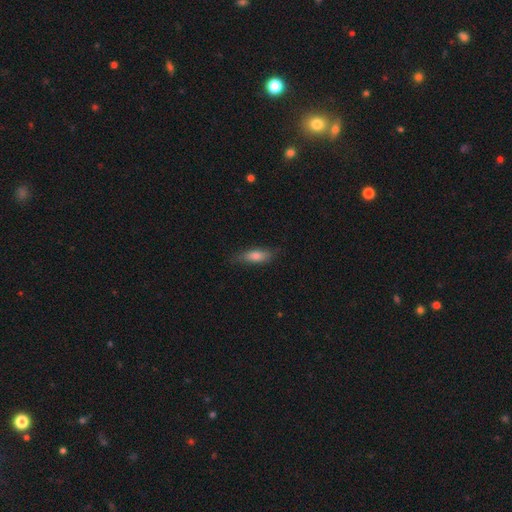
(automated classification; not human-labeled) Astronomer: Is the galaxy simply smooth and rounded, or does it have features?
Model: smooth — 67%.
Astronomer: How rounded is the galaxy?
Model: cigar-shaped — 50% (runner-up: in between, 47%).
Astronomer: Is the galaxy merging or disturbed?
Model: none — 79%.